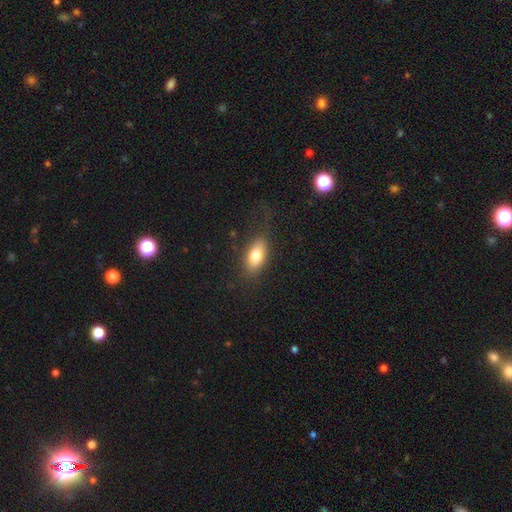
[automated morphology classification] smooth_or_featured: smooth (p=0.78) [alt: featured or disk p=0.15]
how_rounded: in between (p=0.86) [alt: cigar-shaped p=0.08]
merging: none (p=0.76) [alt: minor disturbance p=0.15]